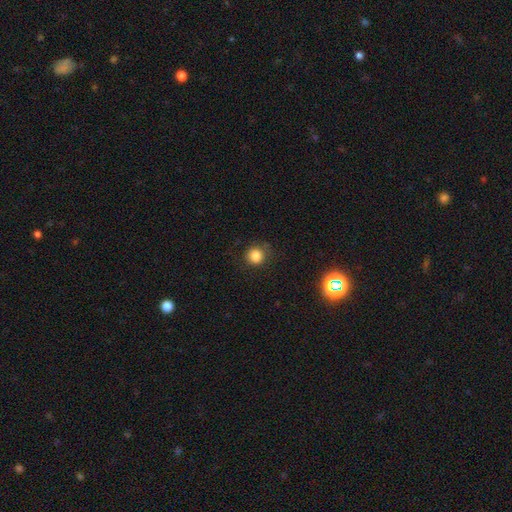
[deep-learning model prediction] Morphology: type=smooth (82%); roundness=round (89%); merging=none (81%).